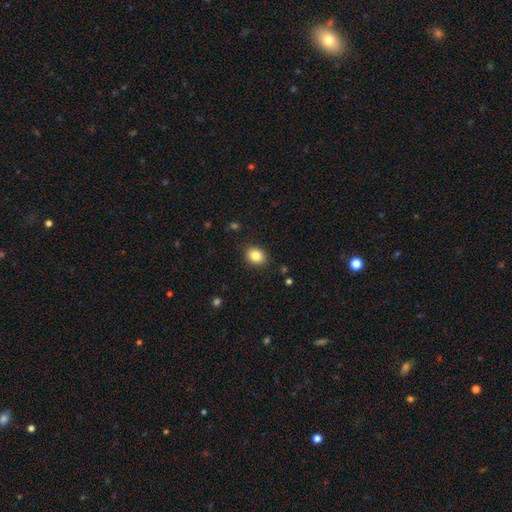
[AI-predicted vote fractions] smooth-or-featured: smooth: 84% | star or artifact: 10% | featured or disk: 7%
  how-rounded: round: 56% | in between: 43% | cigar-shaped: 1%
  merging: none: 89% | minor disturbance: 8% | major disturbance: 2% | merger: 1%